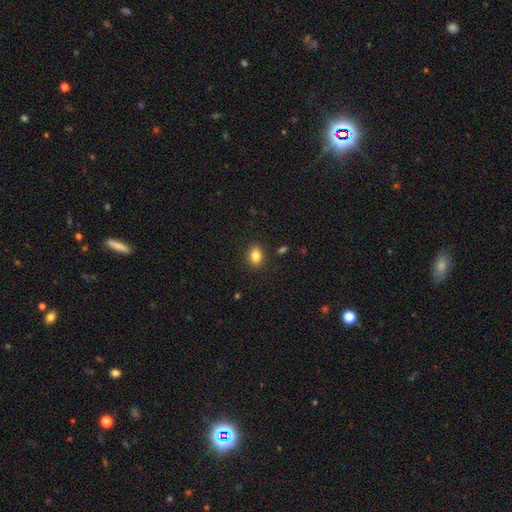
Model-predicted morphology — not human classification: Overall: smooth (83%). How rounded: in between (60%; round 39%). Merging: none (89%).